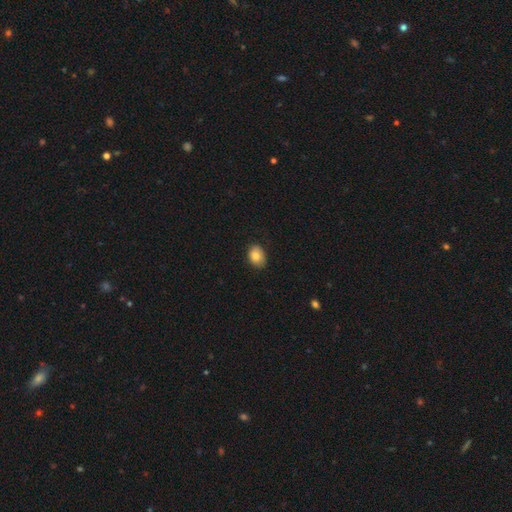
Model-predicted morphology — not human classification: smooth-or-featured: smooth: 83% | featured or disk: 9% | star or artifact: 8%
  how-rounded: in between: 71% | round: 28% | cigar-shaped: 1%
  merging: none: 81% | minor disturbance: 15% | major disturbance: 2% | merger: 1%